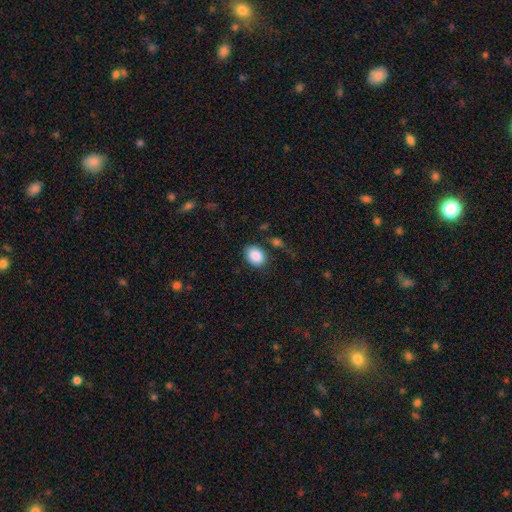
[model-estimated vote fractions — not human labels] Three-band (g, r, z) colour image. It shows a smooth galaxy with no disk features (89%) that is in between round and cigar-shaped (61%). Merging: none (78%).